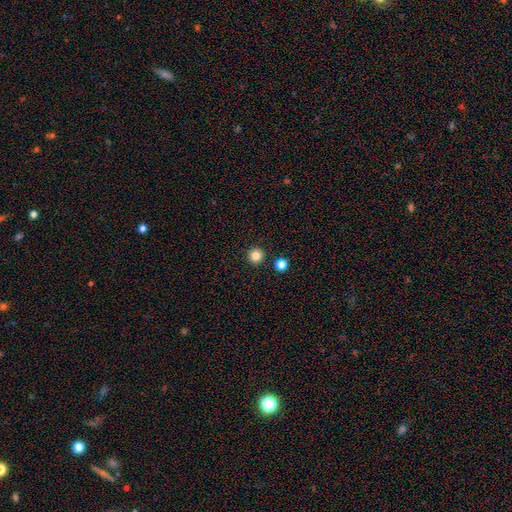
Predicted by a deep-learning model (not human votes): Overall: smooth (84%). How rounded: round (97%). Merging: none (92%).